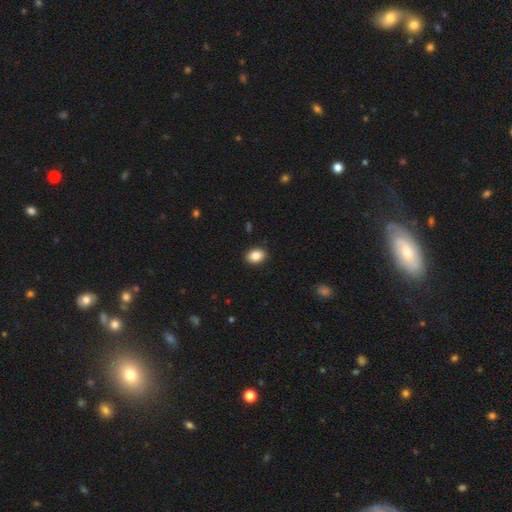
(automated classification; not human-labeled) Smooth or featured: smooth — 86% (star or artifact — 8%)
How rounded: in between — 73% (round — 26%)
Merging: none — 90% (minor disturbance — 7%)